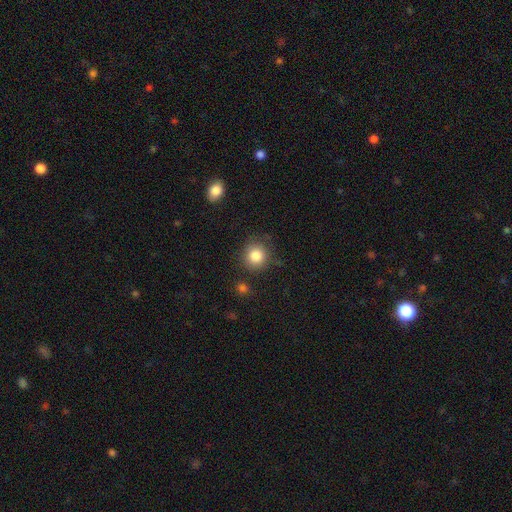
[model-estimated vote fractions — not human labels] Q: Smooth or featured?
A: smooth (84%); runner-up: star or artifact (10%)
Q: How rounded?
A: round (89%); runner-up: in between (10%)
Q: Merging?
A: none (83%); runner-up: minor disturbance (10%)